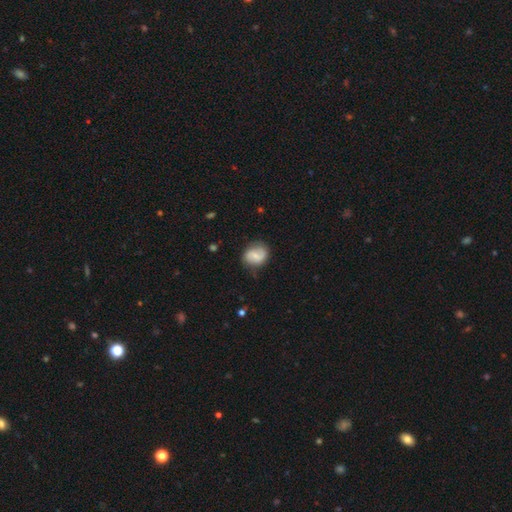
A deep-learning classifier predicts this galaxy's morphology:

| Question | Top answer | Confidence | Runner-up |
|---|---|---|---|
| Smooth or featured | smooth | 52% | featured or disk (41%) |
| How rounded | round | 57% | in between (42%) |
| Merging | none | 73% | minor disturbance (20%) |